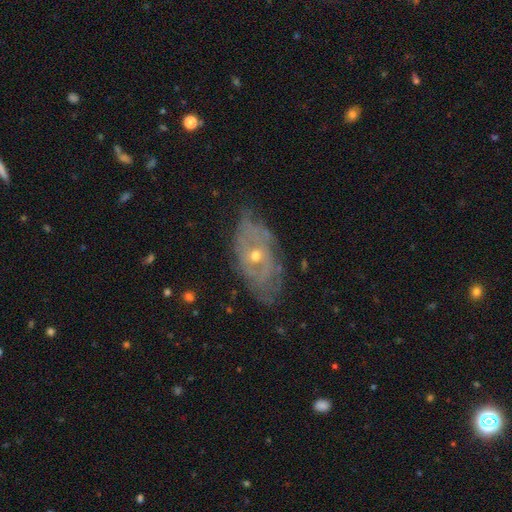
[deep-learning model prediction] This appears to be a featured or disk galaxy (78%) with no bar (78%), tight (58%) spiral arms (74%) and a moderate central bulge (52%). Merging: none (63%).